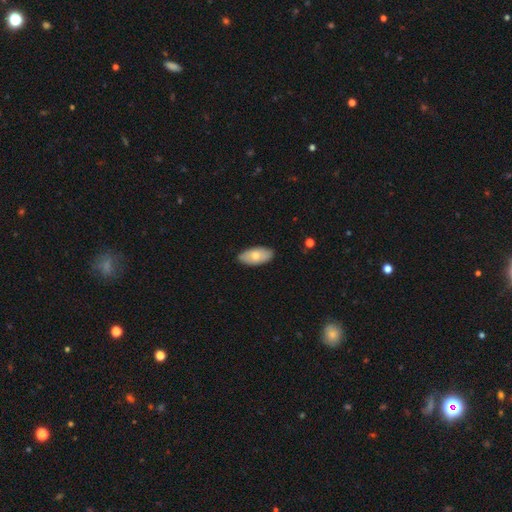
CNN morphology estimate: A smooth galaxy with no disk features (72%) that is in between round and cigar-shaped (93%). Merging: none (86%).